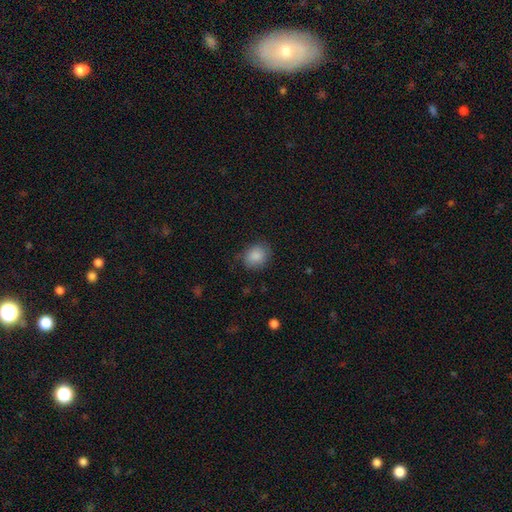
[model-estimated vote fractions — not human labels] This appears to be a smooth galaxy with no disk features (87%) that is round (60%). Merging: none (74%).